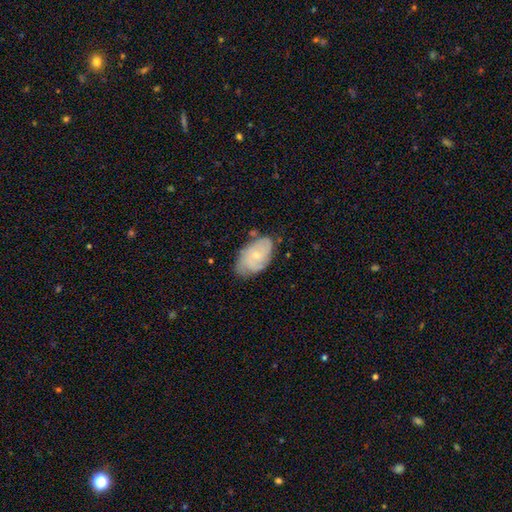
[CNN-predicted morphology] A featured or disk galaxy (55%) with no bar (77%), spiral arms (78%) and a small central bulge (66%).

Vote fractions:
- Smooth or featured? featured or disk: 55% / smooth: 38% / star or artifact: 7%
- Edge-on disk? no: 95% / yes: 5%
- Bar? no: 77% / weak: 20% / strong: 3%
- Spiral arms? yes: 78% / no: 22%
- Bulge size? small: 66% / moderate: 29% / none: 2% / large: 1% / dominant: 1%
- Merging? none: 64% / minor disturbance: 27% / major disturbance: 6% / merger: 3%